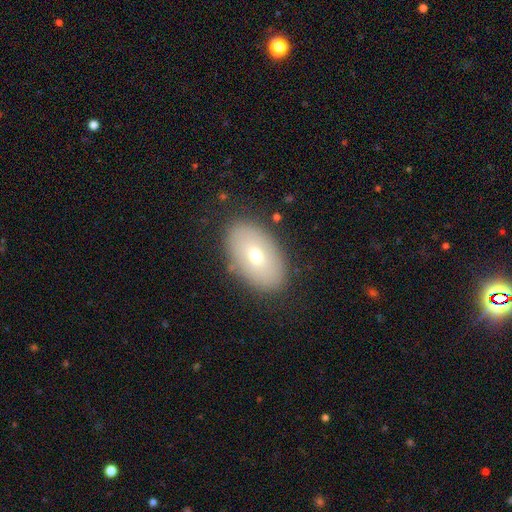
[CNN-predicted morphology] type=smooth (65%); roundness=in between (91%); merging=none (84%).